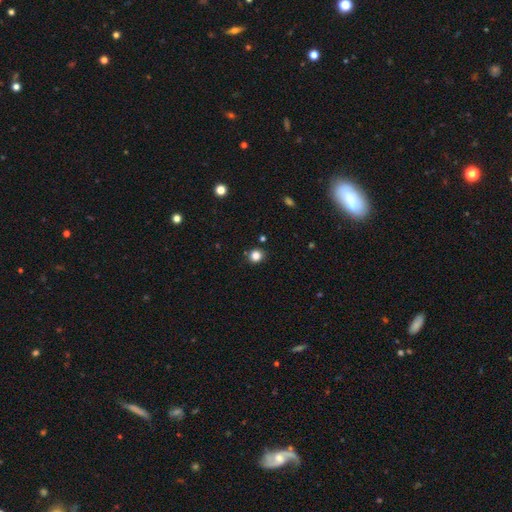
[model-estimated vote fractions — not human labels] smooth_or_featured: smooth (p=0.82) [alt: star or artifact p=0.14]
how_rounded: round (p=0.88) [alt: in between p=0.11]
merging: none (p=0.88) [alt: minor disturbance p=0.08]